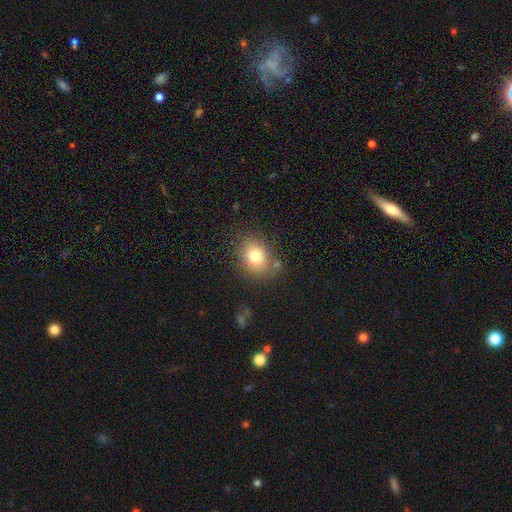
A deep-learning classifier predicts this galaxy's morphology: A smooth galaxy with no disk features (77%) that is in between round and cigar-shaped (51%). Merging: none (78%).